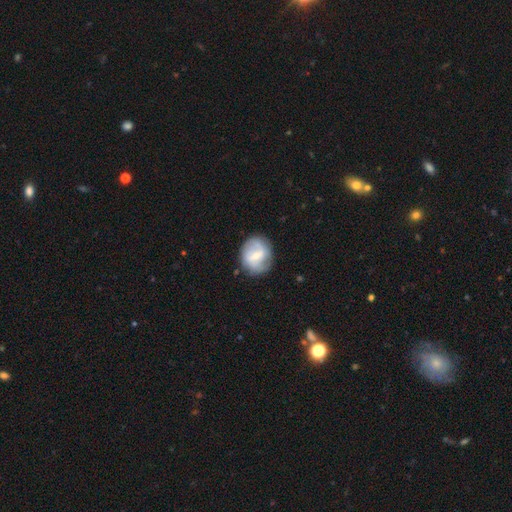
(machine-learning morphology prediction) smooth_or_featured: featured or disk (p=0.58) [alt: smooth p=0.35]
disk_edge_on: no (p=0.97) [alt: yes p=0.03]
bar: weak (p=0.52) [alt: no p=0.24]
has_spiral_arms: yes (p=0.67) [alt: no p=0.33]
bulge_size: small (p=0.57) [alt: moderate p=0.38]
merging: none (p=0.74) [alt: minor disturbance p=0.18]